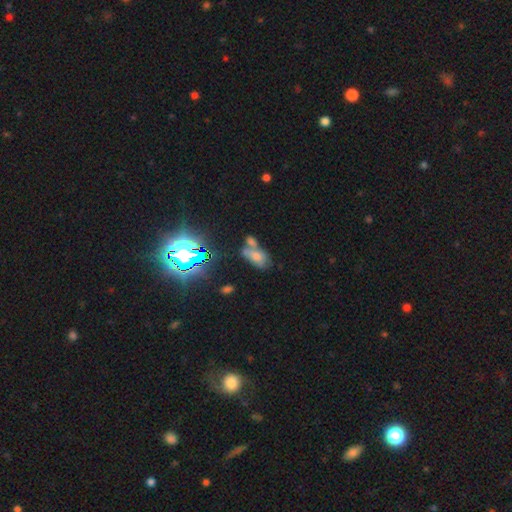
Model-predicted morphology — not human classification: Smooth or featured? smooth (56%)
How rounded? in between (87%)
Merging? merger (51%)